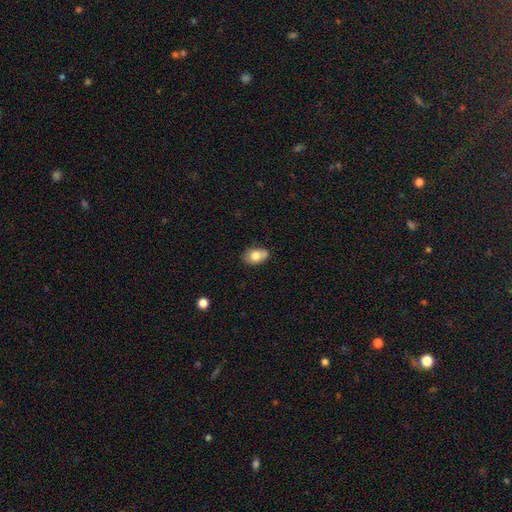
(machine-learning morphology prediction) smooth-or-featured: smooth: 77% | featured or disk: 14% | star or artifact: 8%
  how-rounded: in between: 81% | round: 17% | cigar-shaped: 1%
  merging: none: 62% | minor disturbance: 25% | merger: 9% | major disturbance: 5%